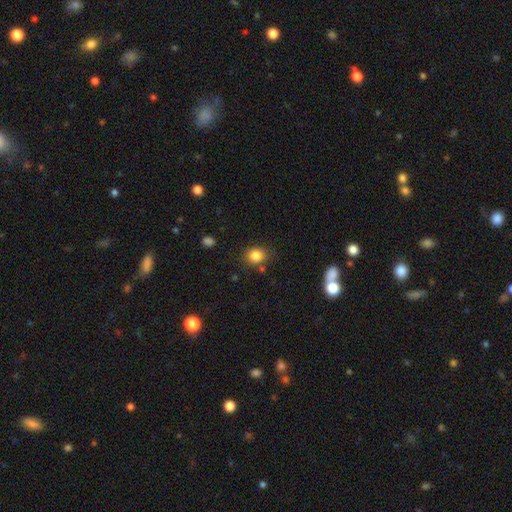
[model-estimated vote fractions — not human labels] A smooth galaxy with no disk features (84%) that is round (67%). Merging: none (79%).